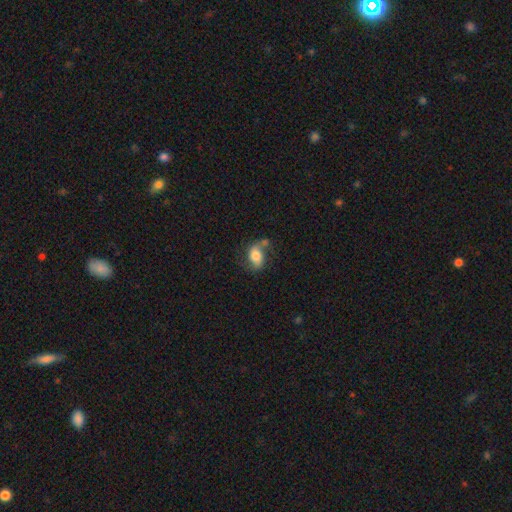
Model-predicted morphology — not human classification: Smooth or featured? smooth (60%)
How rounded? in between (82%)
Merging? none (47%)